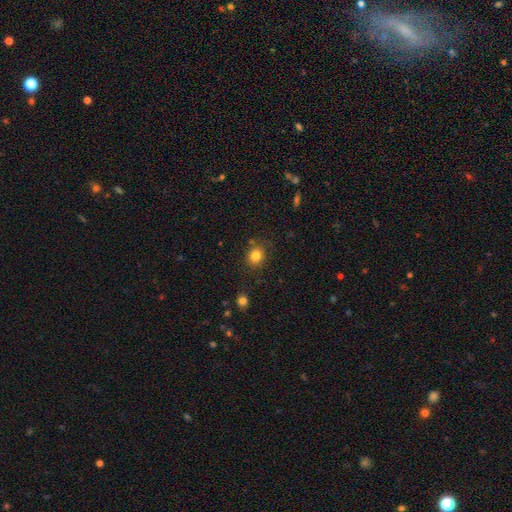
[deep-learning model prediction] A smooth galaxy with no disk features (83%) that is round (74%).

Vote fractions:
- Smooth or featured? smooth: 83% / star or artifact: 11% / featured or disk: 6%
- How rounded? round: 74% / in between: 25% / cigar-shaped: 1%
- Merging? none: 81% / minor disturbance: 12% / merger: 4% / major disturbance: 4%